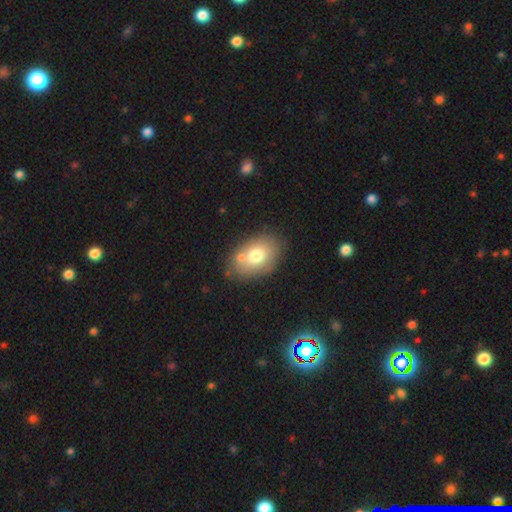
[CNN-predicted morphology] Smooth or featured? Predicted: smooth (p=0.72). How rounded? Predicted: in between (p=0.82). Merging? Predicted: none (p=0.70).